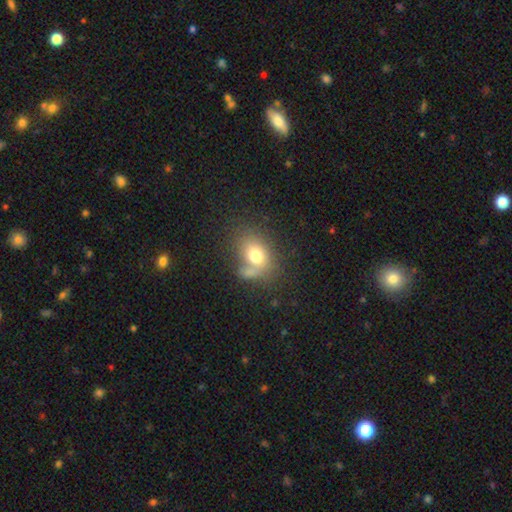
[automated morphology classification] This appears to be a smooth galaxy with no disk features (72%) that is in between round and cigar-shaped (60%). Merging: none (49%).